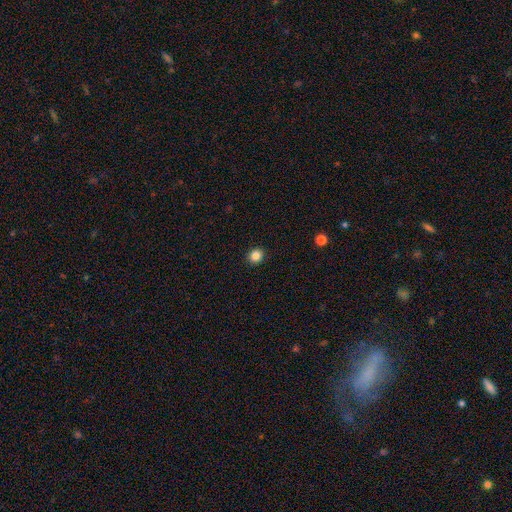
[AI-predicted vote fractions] smooth-or-featured: smooth: 85% | star or artifact: 11% | featured or disk: 4%
  how-rounded: round: 80% | in between: 19% | cigar-shaped: 1%
  merging: none: 92% | minor disturbance: 6% | major disturbance: 2% | merger: 1%